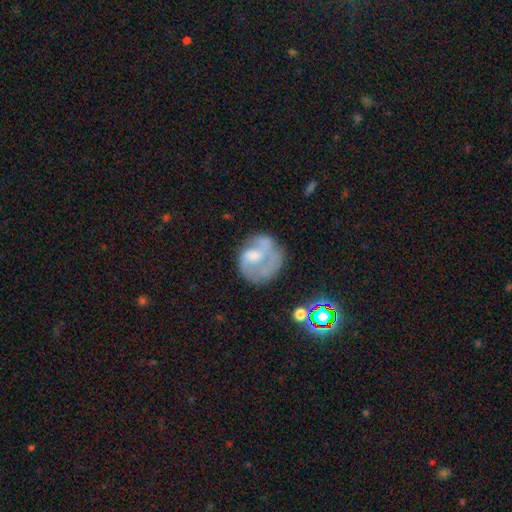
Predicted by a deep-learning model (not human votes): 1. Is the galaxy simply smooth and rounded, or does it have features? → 59% featured or disk, 33% smooth, 9% star or artifact.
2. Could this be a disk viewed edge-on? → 98% no, 2% yes.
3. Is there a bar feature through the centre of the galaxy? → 63% no, 30% weak, 6% strong.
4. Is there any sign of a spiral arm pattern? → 62% yes, 38% no.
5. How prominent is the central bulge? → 39% moderate, 26% small, 25% none, 8% large, 2% dominant.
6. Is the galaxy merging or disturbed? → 44% none, 27% major disturbance, 23% minor disturbance, 6% merger.